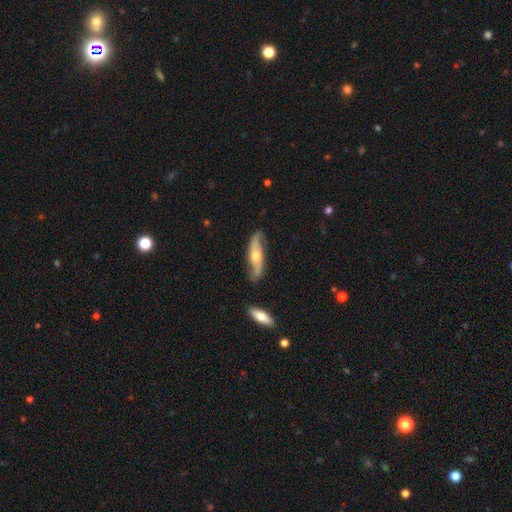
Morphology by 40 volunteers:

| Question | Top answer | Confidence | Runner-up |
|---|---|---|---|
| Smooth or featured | featured or disk | 78% | smooth (20%) |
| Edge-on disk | no | 74% | yes (26%) |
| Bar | no | 57% | strong (22%) |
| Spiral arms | yes | 91% | no (9%) |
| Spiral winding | loose | 71% | tight (19%) |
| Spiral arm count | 2 | 95% | can't tell (5%) |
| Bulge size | moderate | 70% | small (22%) |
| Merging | none | 79% | minor disturbance (15%) |